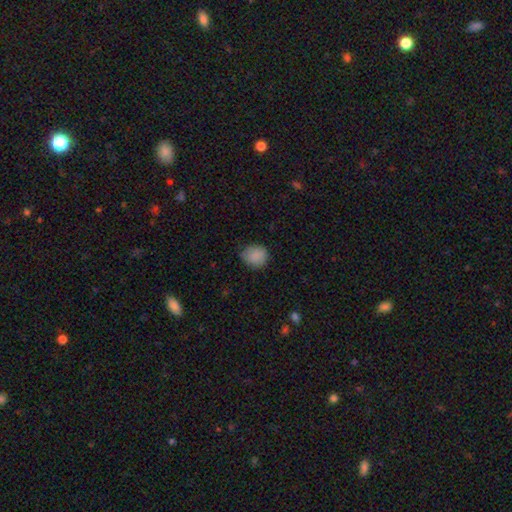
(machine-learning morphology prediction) This is clearly a smooth galaxy (88%). How rounded: likely round (75%). Merging: likely none (75%).